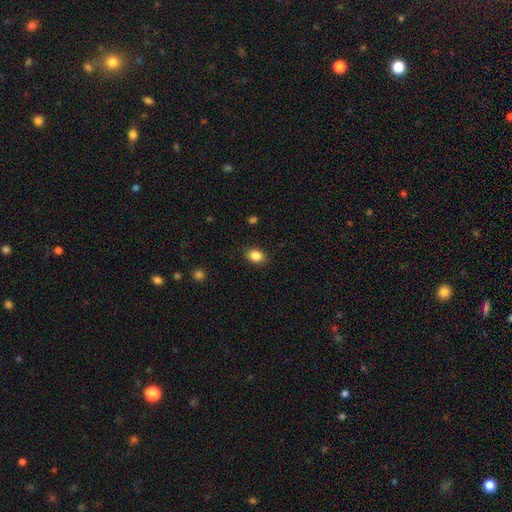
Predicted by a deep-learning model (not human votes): Smooth or featured?
  - smooth: 86% *
  - star or artifact: 9%
  - featured or disk: 5%
How rounded?
  - in between: 64% *
  - round: 35%
  - cigar-shaped: 1%
Merging?
  - none: 88% *
  - minor disturbance: 9%
  - major disturbance: 2%
  - merger: 1%